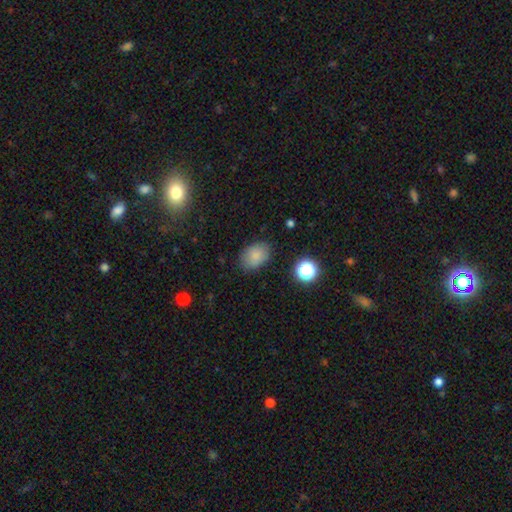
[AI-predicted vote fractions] Q: Smooth or featured?
A: smooth (82%); runner-up: star or artifact (11%)
Q: How rounded?
A: in between (78%); runner-up: round (21%)
Q: Merging?
A: none (80%); runner-up: minor disturbance (14%)